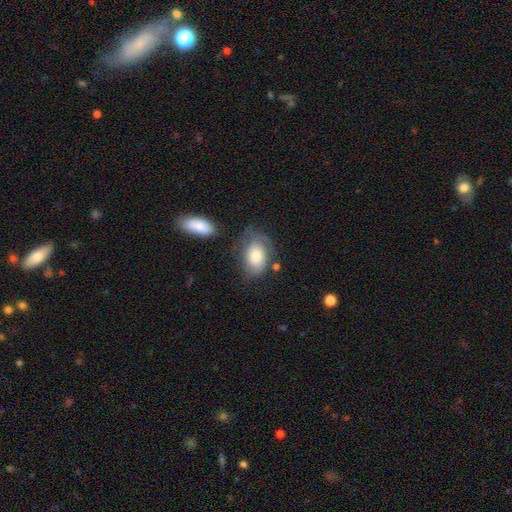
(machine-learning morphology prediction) type=smooth (73%); roundness=in between (85%); merging=none (49%).